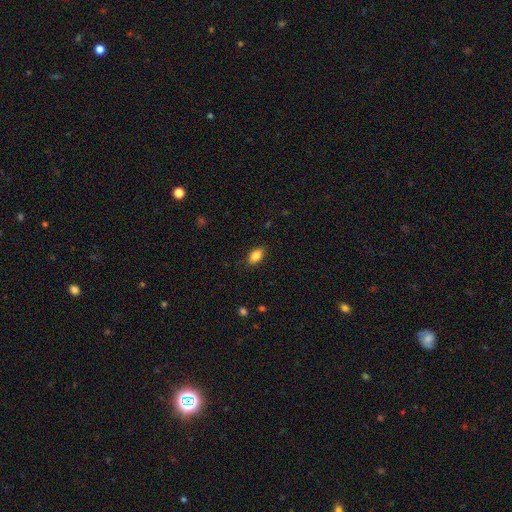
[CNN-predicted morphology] Overall: smooth (86%). How rounded: in between (89%). Merging: none (86%).